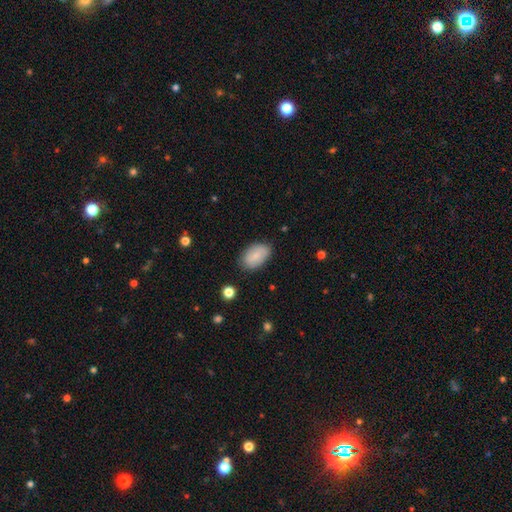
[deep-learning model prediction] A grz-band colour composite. It shows a smooth galaxy with no disk features (83%) that is in between round and cigar-shaped (93%). Merging: none (81%).